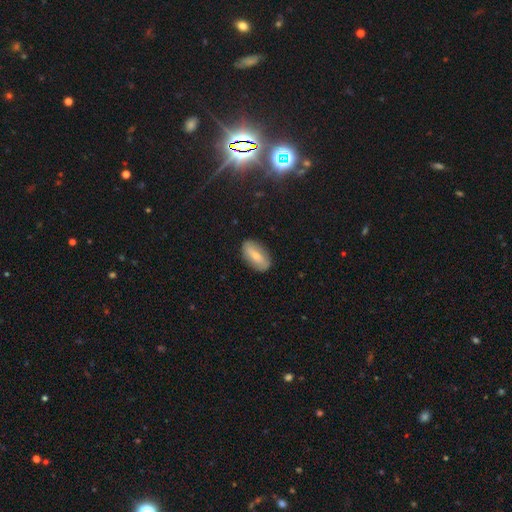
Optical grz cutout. It shows a smooth galaxy with no disk features (65%) that is in between round and cigar-shaped (96%). Merging: none (87%).